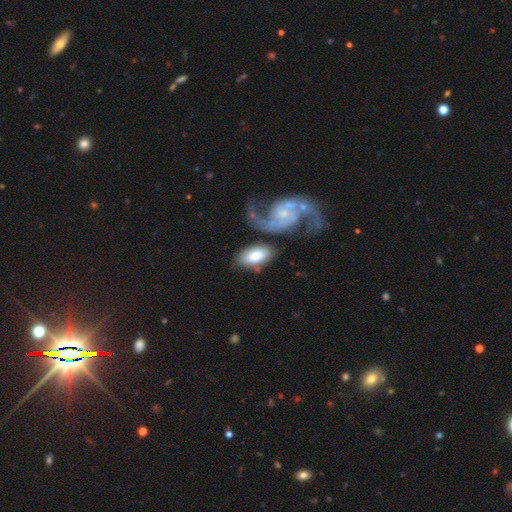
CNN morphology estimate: Q: Smooth or featured?
A: smooth (68%); runner-up: featured or disk (27%)
Q: How rounded?
A: in between (93%); runner-up: round (4%)
Q: Merging?
A: none (51%); runner-up: merger (21%)